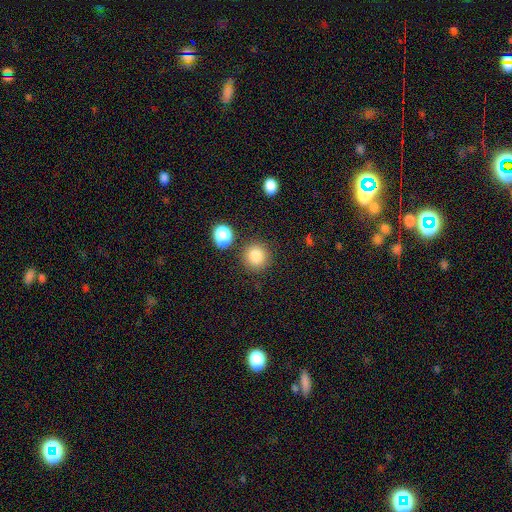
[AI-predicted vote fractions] Smooth or featured? smooth (84%)
How rounded? round (92%)
Merging? none (84%)